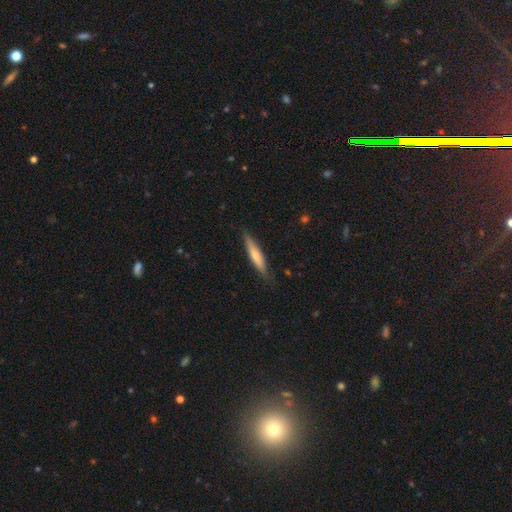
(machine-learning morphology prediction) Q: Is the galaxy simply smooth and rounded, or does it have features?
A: smooth — 66%.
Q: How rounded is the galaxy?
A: cigar-shaped — 88%.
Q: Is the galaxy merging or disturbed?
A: none — 83%.